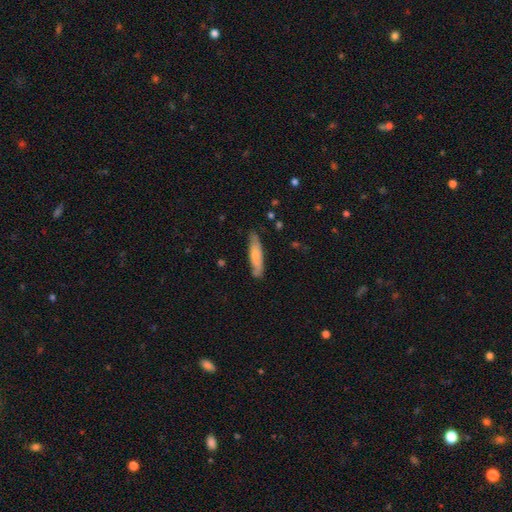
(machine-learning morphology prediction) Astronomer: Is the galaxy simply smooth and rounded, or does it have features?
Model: smooth — 68%.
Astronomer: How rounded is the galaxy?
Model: cigar-shaped — 77%.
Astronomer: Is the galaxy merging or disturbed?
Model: none — 77%.